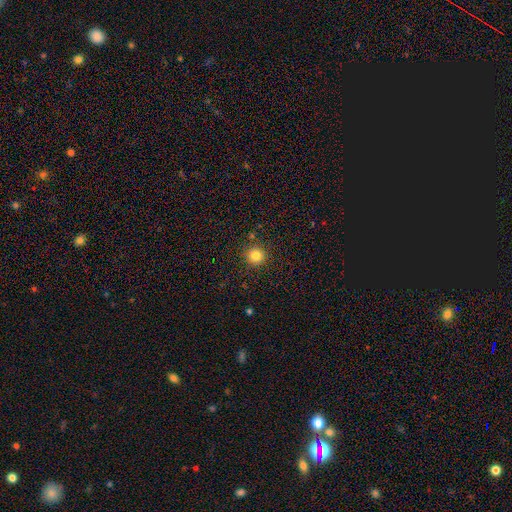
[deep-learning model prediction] Overall: smooth (82%). How rounded: round (95%). Merging: none (90%).